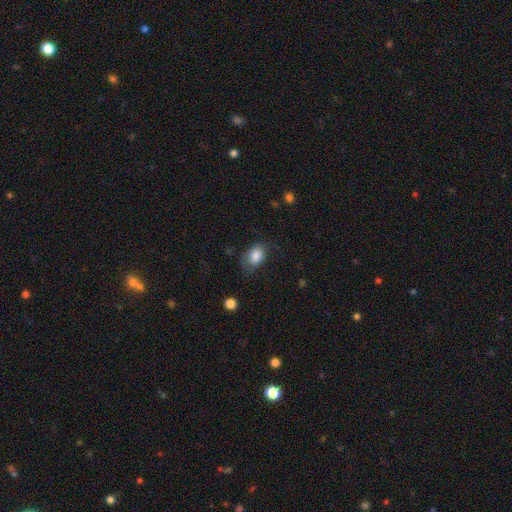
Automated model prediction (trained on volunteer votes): smooth_or_featured: smooth (p=0.83) [alt: featured or disk p=0.09]
how_rounded: in between (p=0.78) [alt: round p=0.20]
merging: none (p=0.56) [alt: minor disturbance p=0.30]